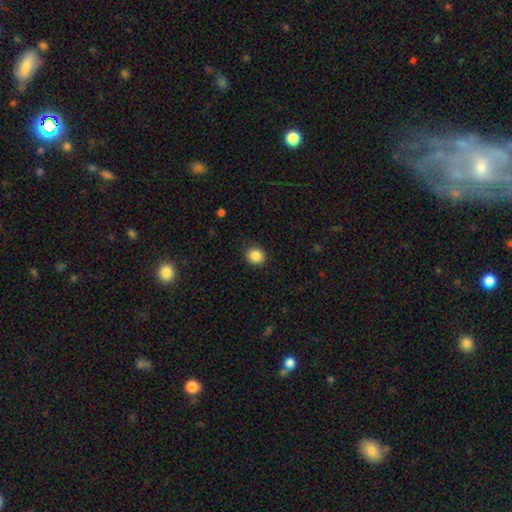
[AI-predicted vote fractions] Morphology: type=smooth (87%); roundness=round (82%); merging=none (89%).